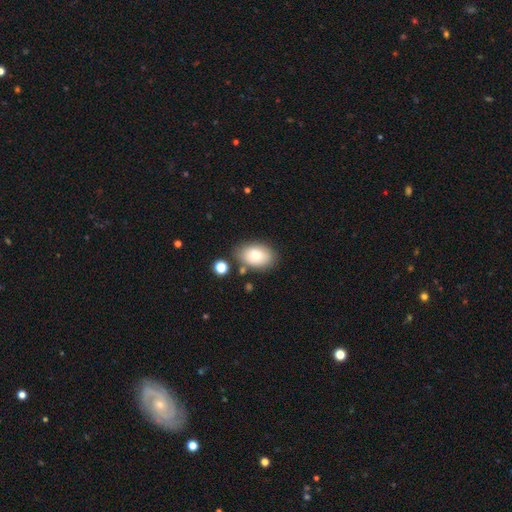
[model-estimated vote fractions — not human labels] This is likely a smooth galaxy (80%). How rounded: clearly in between (87%). Merging: likely none (76%).